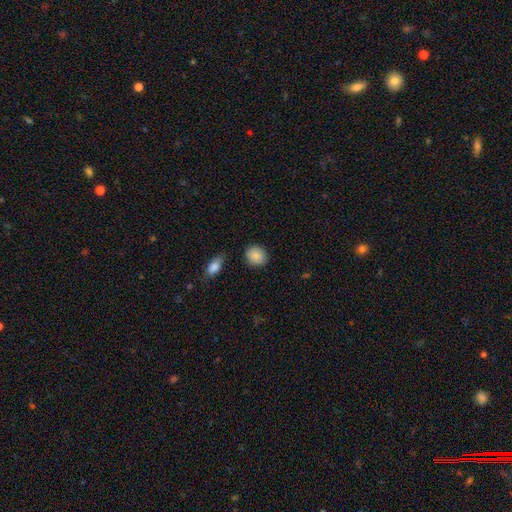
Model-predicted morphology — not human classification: Smooth or featured? Predicted: smooth (p=0.87). How rounded? Predicted: round (p=0.71). Merging? Predicted: none (p=0.83).